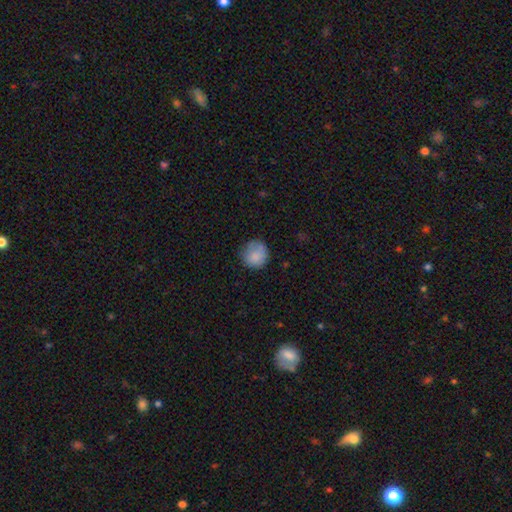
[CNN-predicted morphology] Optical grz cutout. It shows a smooth galaxy with no disk features (84%) that is round (90%). Merging: none (73%).